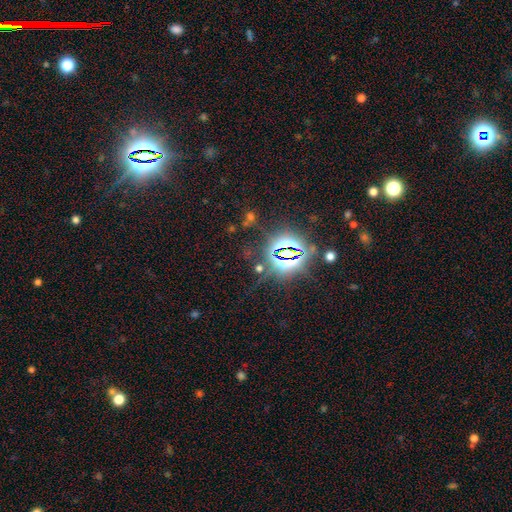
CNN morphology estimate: Smooth or featured? star or artifact (84%)